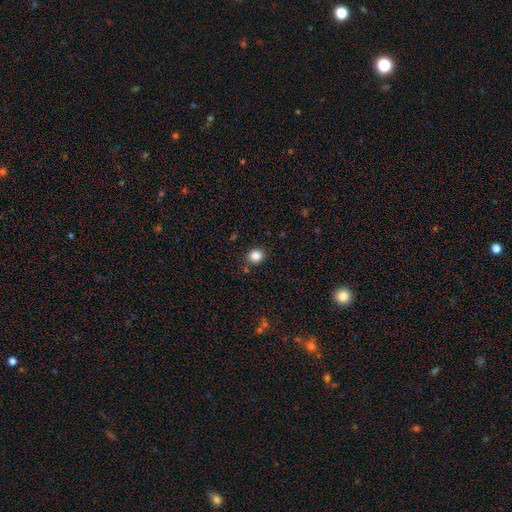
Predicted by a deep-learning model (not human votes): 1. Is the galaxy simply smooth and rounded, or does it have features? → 85% smooth, 11% star or artifact, 4% featured or disk.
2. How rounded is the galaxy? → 79% round, 20% in between, 1% cigar-shaped.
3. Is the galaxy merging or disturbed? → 87% none, 8% minor disturbance, 2% merger, 2% major disturbance.